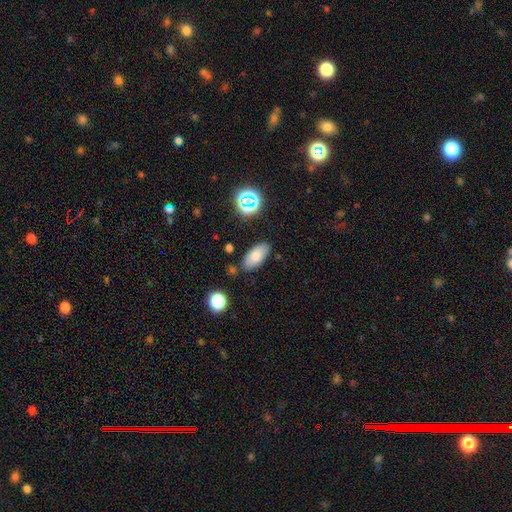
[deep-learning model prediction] Overall: smooth (79%). How rounded: in between (90%). Merging: none (81%).